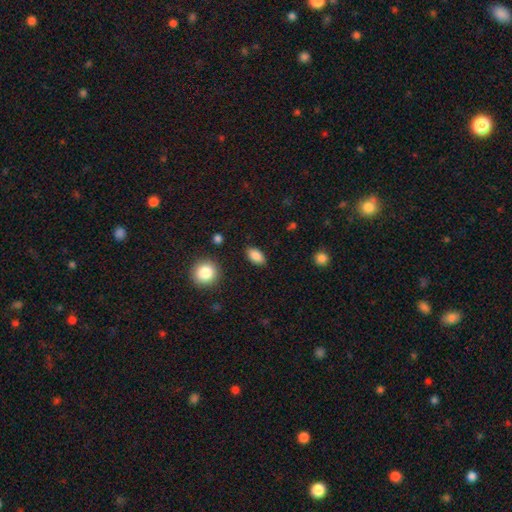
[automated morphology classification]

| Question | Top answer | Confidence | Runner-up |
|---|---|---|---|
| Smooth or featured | smooth | 86% | star or artifact (8%) |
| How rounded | in between | 89% | round (8%) |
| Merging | none | 86% | minor disturbance (10%) |